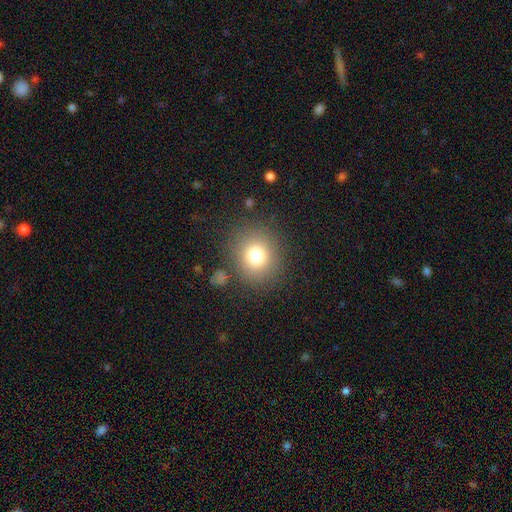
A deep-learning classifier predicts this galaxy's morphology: A smooth galaxy with no disk features (76%) that is round (82%). Merging: none (84%).